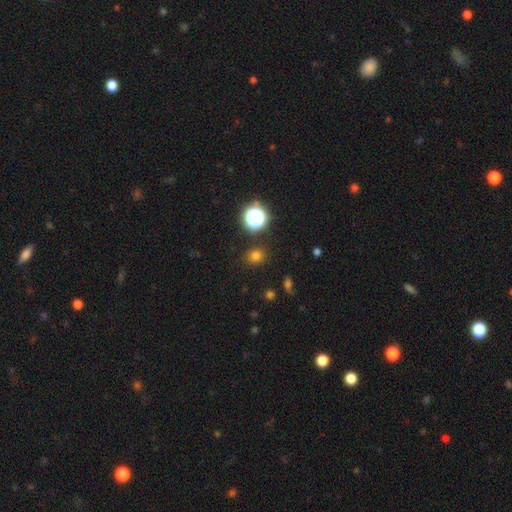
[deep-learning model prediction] The model was most divided on "smooth or featured": smooth: 75%, star or artifact: 19%, featured or disk: 5%. More confident: merging — none (88%); how rounded — round (84%).